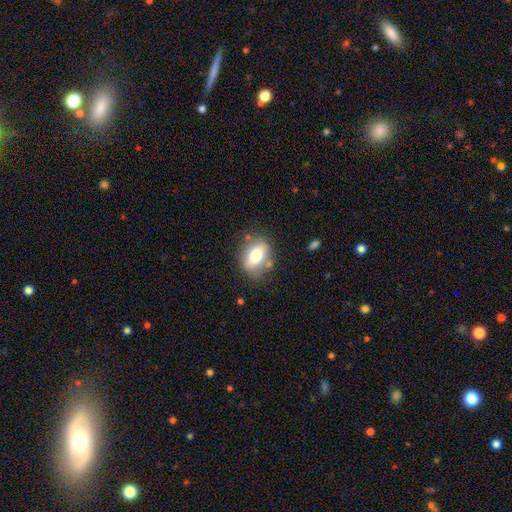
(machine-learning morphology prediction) Overall: smooth (70%). How rounded: in between (72%). Merging: none (72%).